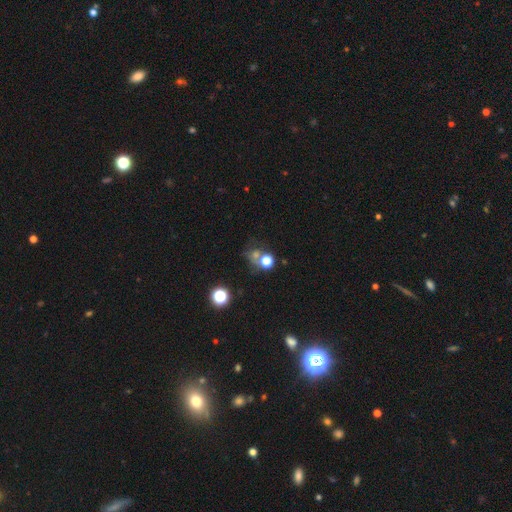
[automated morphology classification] Q: Smooth or featured?
A: star or artifact (44%); runner-up: smooth (42%)